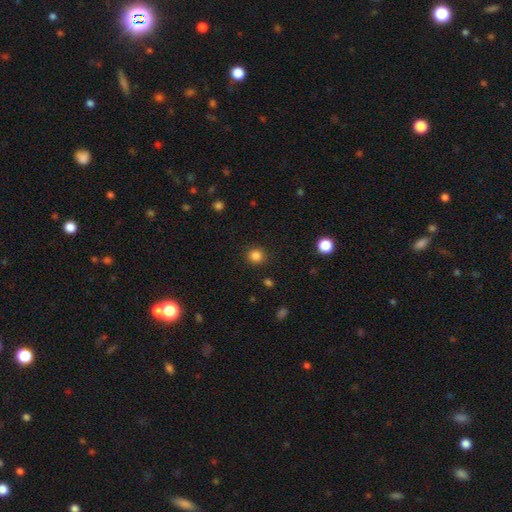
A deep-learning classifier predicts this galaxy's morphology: Q: Smooth or featured?
A: smooth (84%); runner-up: star or artifact (12%)
Q: How rounded?
A: round (91%); runner-up: in between (8%)
Q: Merging?
A: none (90%); runner-up: minor disturbance (7%)